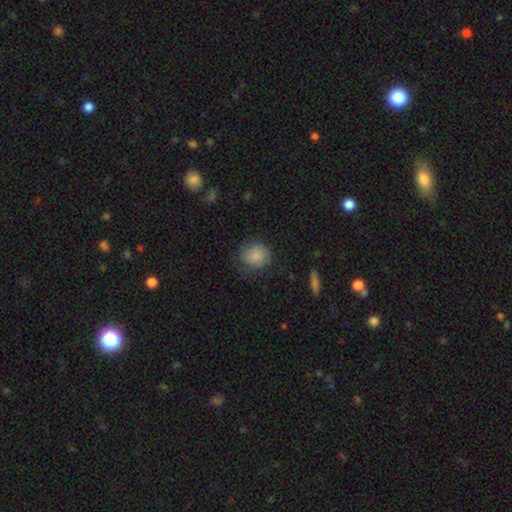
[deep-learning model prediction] Q: Smooth or featured?
A: smooth (81%); runner-up: featured or disk (11%)
Q: How rounded?
A: round (82%); runner-up: in between (17%)
Q: Merging?
A: none (71%); runner-up: minor disturbance (21%)